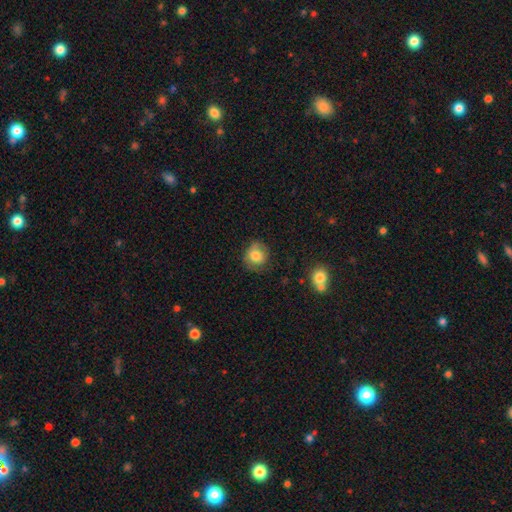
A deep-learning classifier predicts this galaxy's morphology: type=smooth (78%); roundness=round (82%); merging=none (71%).